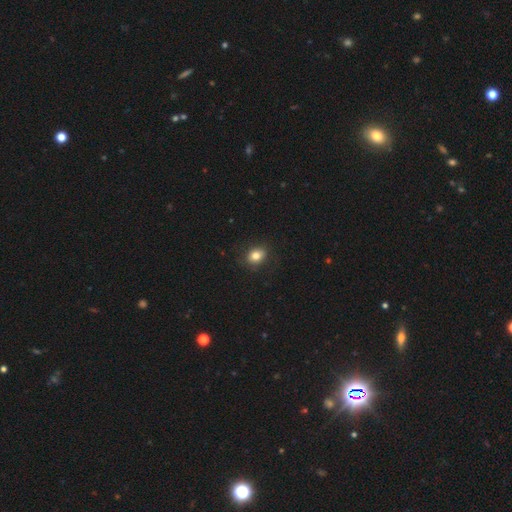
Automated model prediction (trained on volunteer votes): Overall: smooth (81%). How rounded: in between (59%; round 40%). Merging: none (85%).